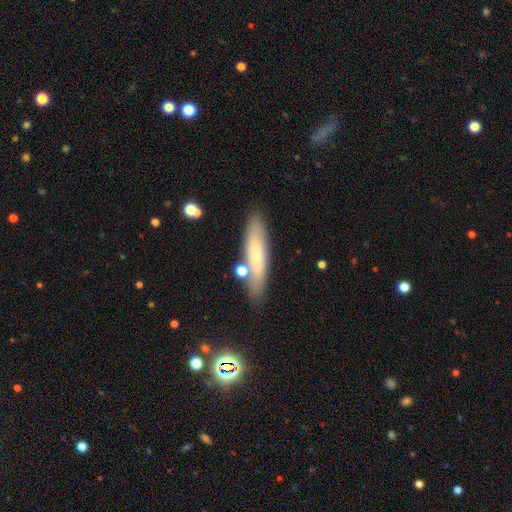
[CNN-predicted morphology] Q: Smooth or featured?
A: smooth (67%); runner-up: featured or disk (25%)
Q: How rounded?
A: cigar-shaped (79%); runner-up: in between (19%)
Q: Merging?
A: none (81%); runner-up: minor disturbance (11%)